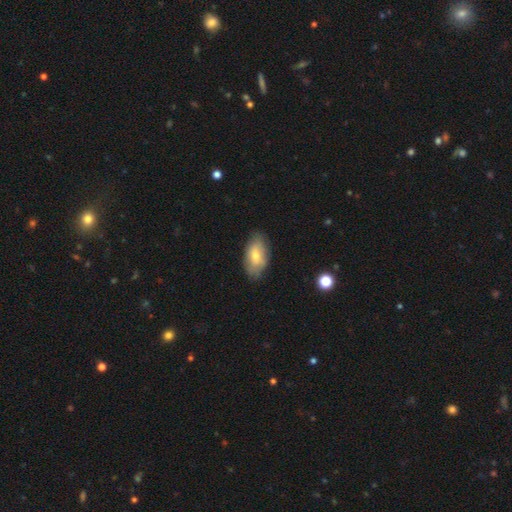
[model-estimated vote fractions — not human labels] smooth 69%, featured or disk 24%, star or artifact 6%. Down the decision tree: how rounded — in between (92%); merging — none (78%).